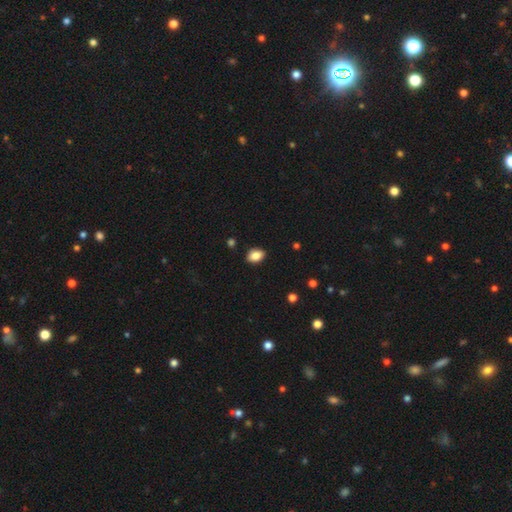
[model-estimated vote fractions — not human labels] A smooth galaxy with no disk features (86%) that is in between round and cigar-shaped (79%). Merging: none (88%).